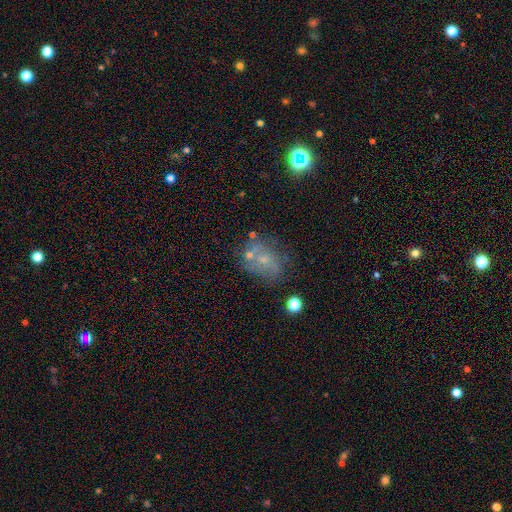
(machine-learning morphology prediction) Smooth or featured?
  - featured or disk: 44% *
  - smooth: 36%
  - star or artifact: 20%
Merging?
  - none: 47% *
  - minor disturbance: 21%
  - merger: 16%
  - major disturbance: 16%